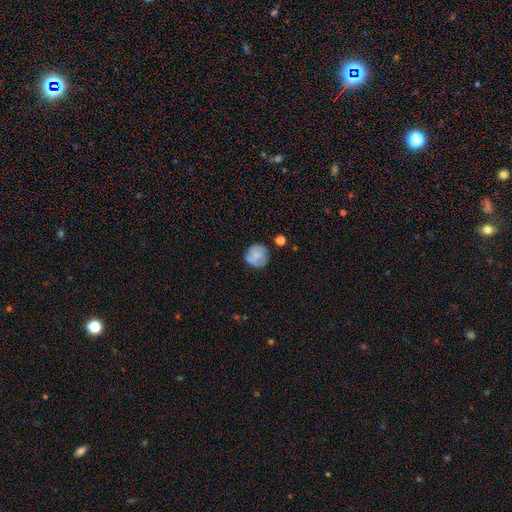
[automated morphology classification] This appears to be a smooth galaxy with no disk features (73%) that is round (88%). Merging: none (73%).